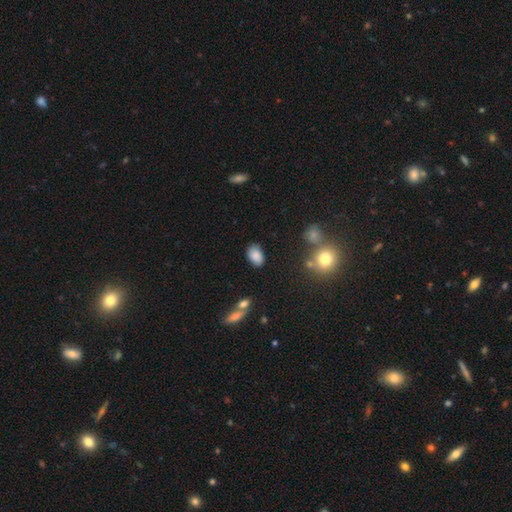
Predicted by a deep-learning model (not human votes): The model was most divided on "merging": none: 80%, minor disturbance: 14%, major disturbance: 3%, merger: 3%. More confident: how rounded — in between (88%); smooth or featured — smooth (83%).